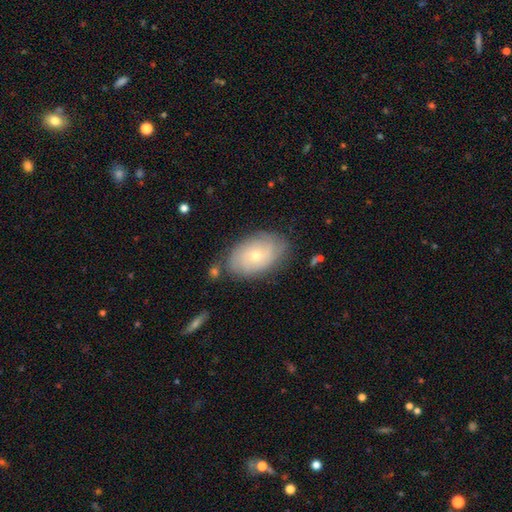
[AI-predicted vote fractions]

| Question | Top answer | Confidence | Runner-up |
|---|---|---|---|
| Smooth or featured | featured or disk | 56% | smooth (36%) |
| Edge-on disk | no | 94% | yes (6%) |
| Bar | no | 81% | weak (16%) |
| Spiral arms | yes | 76% | no (24%) |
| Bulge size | small | 59% | moderate (38%) |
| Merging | none | 76% | minor disturbance (17%) |